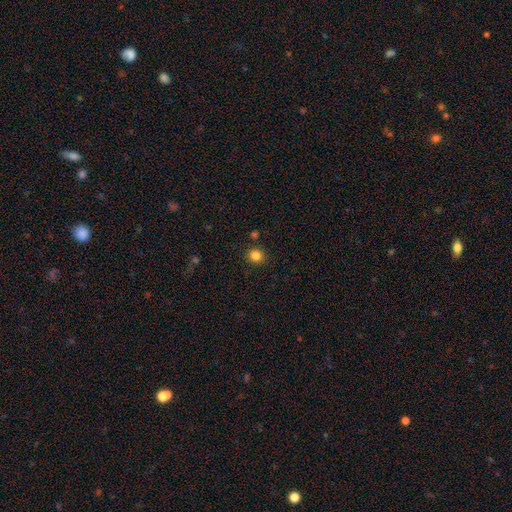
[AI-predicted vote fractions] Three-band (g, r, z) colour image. It shows a smooth galaxy with no disk features (84%) that is round (87%). Merging: none (89%).